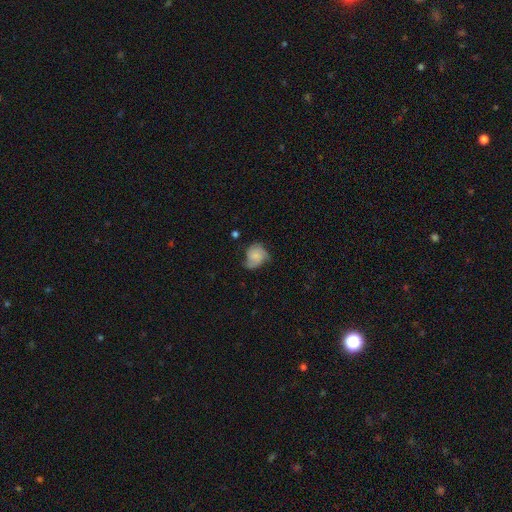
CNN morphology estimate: smooth-or-featured: smooth: 51% | featured or disk: 41% | star or artifact: 8%
  how-rounded: round: 59% | in between: 40% | cigar-shaped: 1%
  merging: none: 46% | minor disturbance: 35% | major disturbance: 17% | merger: 2%